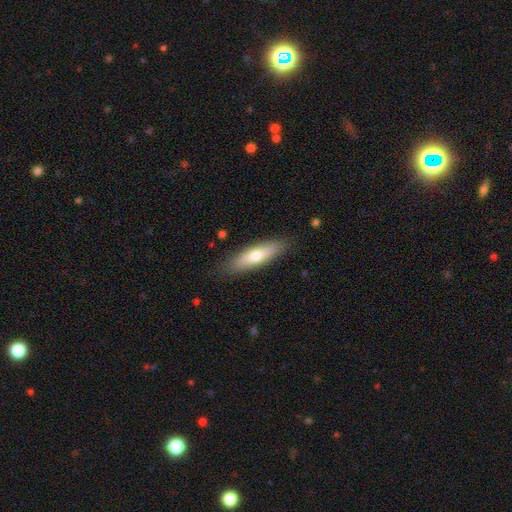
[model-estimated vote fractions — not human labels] The model was most divided on "how rounded": cigar-shaped: 63%, in between: 35%, round: 2%. More confident: merging — none (86%); smooth or featured — smooth (65%).